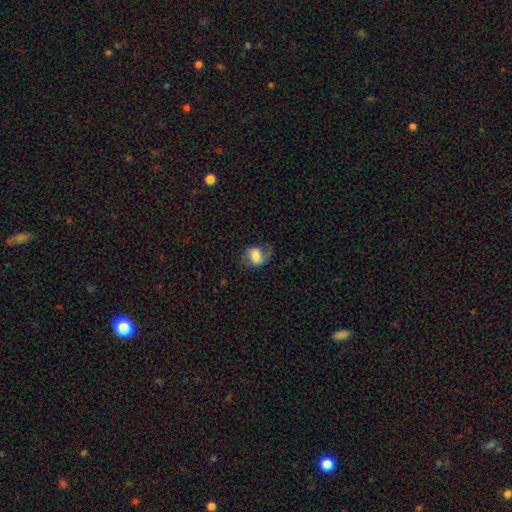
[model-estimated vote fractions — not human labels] Smooth or featured? Predicted: smooth (p=0.49). Merging? Predicted: none (p=0.60).